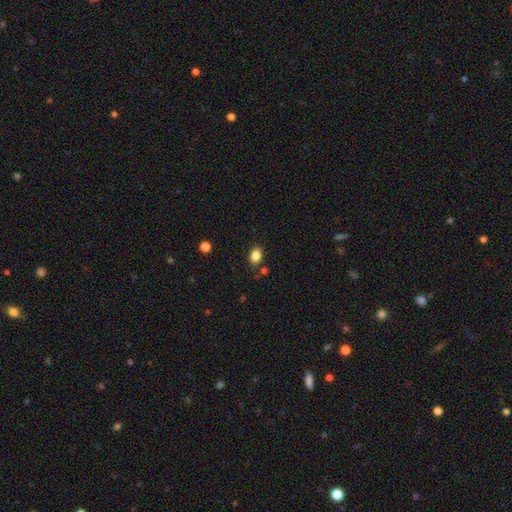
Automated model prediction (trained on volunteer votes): Morphology: type=smooth (85%); roundness=in between (76%); merging=none (81%).